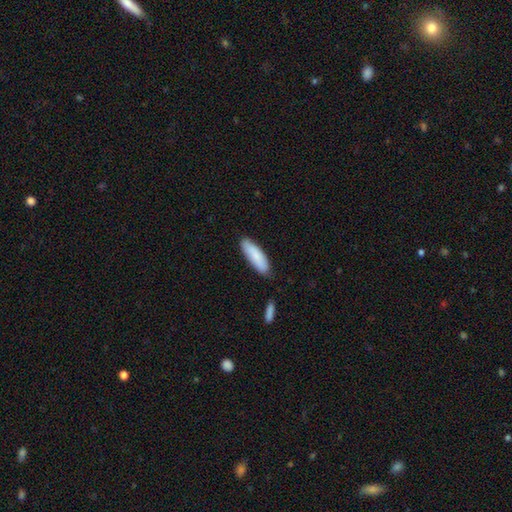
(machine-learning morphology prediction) This is clearly a smooth galaxy (86%). How rounded: possibly cigar-shaped (52%). Merging: clearly none (82%).